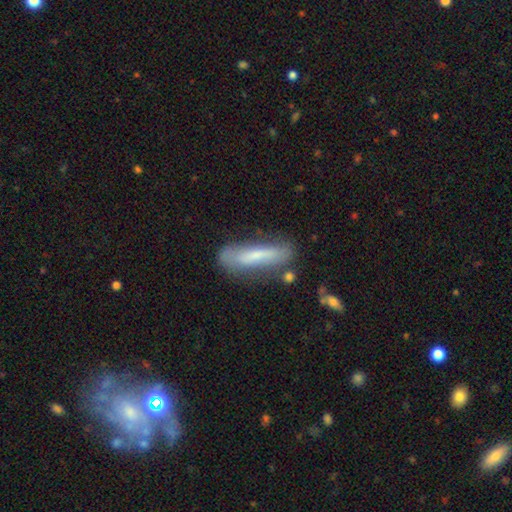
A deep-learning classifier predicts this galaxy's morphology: Smooth or featured?
  - smooth: 59% *
  - featured or disk: 33%
  - star or artifact: 8%
How rounded?
  - cigar-shaped: 78% *
  - in between: 20%
  - round: 2%
Merging?
  - none: 66% *
  - minor disturbance: 21%
  - major disturbance: 8%
  - merger: 5%